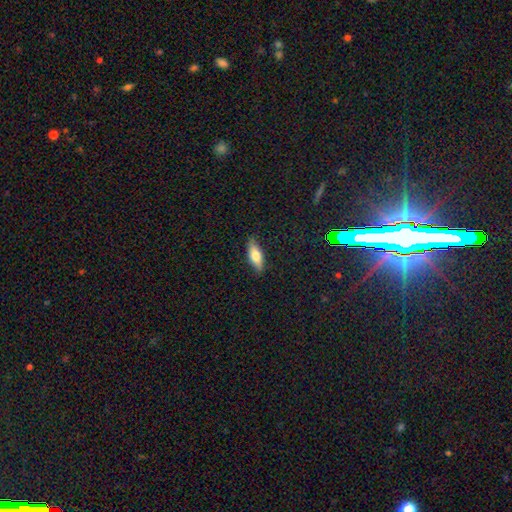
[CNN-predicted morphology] smooth-or-featured: smooth: 74% | featured or disk: 20% | star or artifact: 6%
  how-rounded: in between: 64% | cigar-shaped: 34% | round: 2%
  merging: none: 85% | minor disturbance: 12% | major disturbance: 2% | merger: 1%